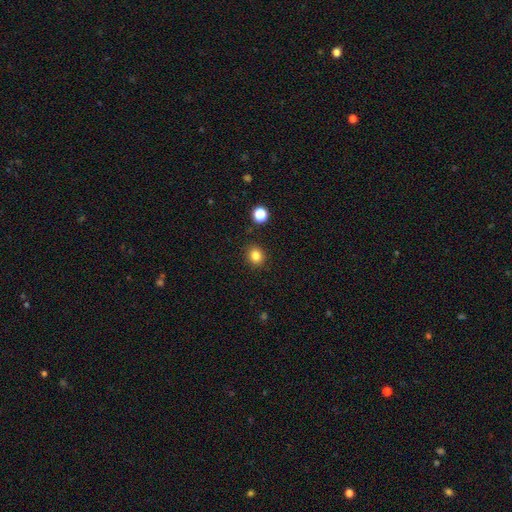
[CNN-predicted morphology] smooth 83%, star or artifact 12%, featured or disk 5%. Down the decision tree: how rounded — round (76%); merging — none (89%).